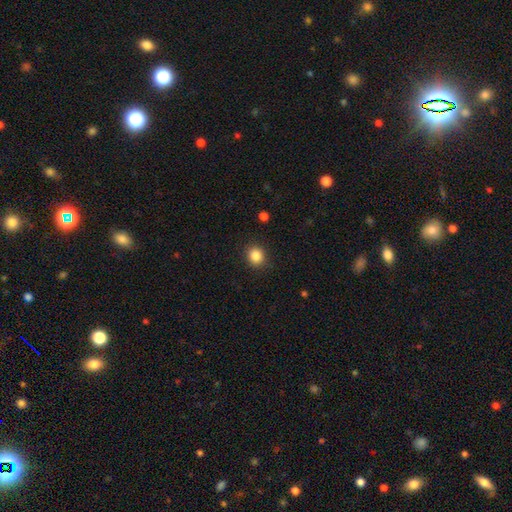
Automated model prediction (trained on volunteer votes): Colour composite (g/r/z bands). It shows a smooth galaxy with no disk features (86%) that is round (81%). Merging: none (90%).